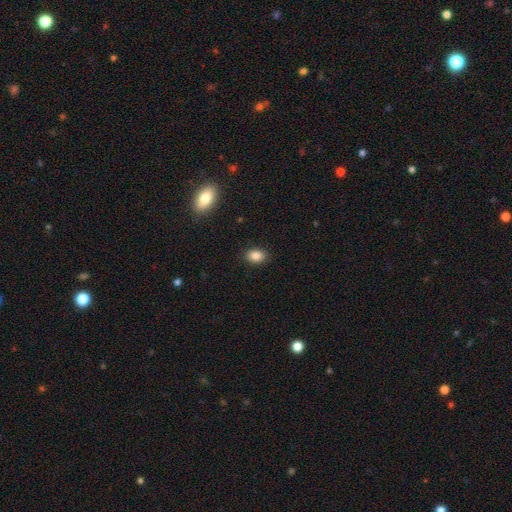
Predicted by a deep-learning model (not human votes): Smooth or featured: smooth — 86% (star or artifact — 10%)
How rounded: in between — 76% (round — 23%)
Merging: none — 88% (minor disturbance — 9%)